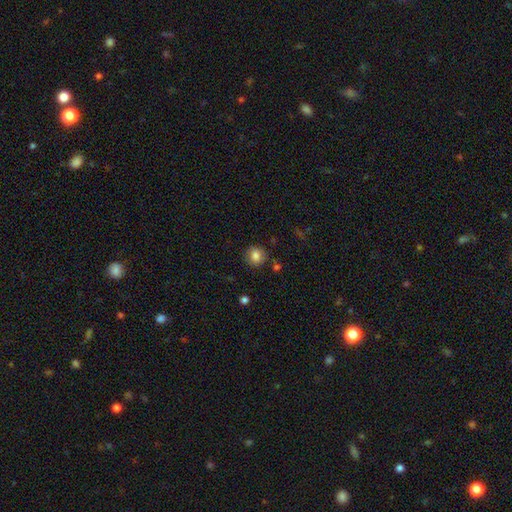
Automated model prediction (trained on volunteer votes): smooth_or_featured: smooth (p=0.84) [alt: star or artifact p=0.10]
how_rounded: round (p=0.88) [alt: in between p=0.11]
merging: none (p=0.85) [alt: minor disturbance p=0.10]